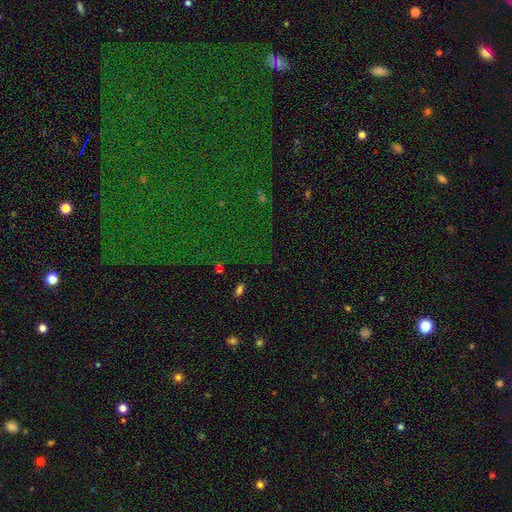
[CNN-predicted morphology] The model was most divided on "smooth or featured": star or artifact: 79%, smooth: 12%, featured or disk: 9%.